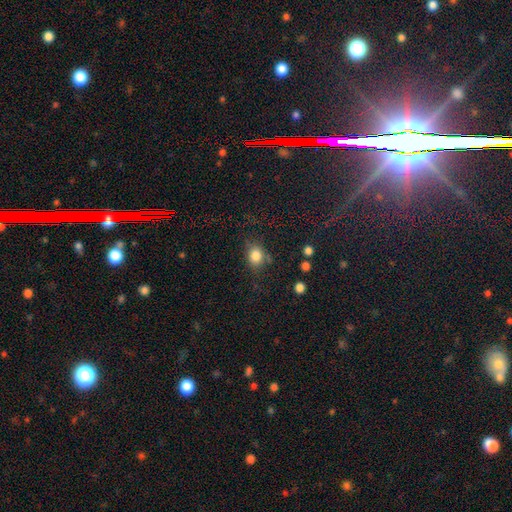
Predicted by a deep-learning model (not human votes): Overall: smooth (82%). How rounded: round (61%; in between 38%). Merging: none (70%).